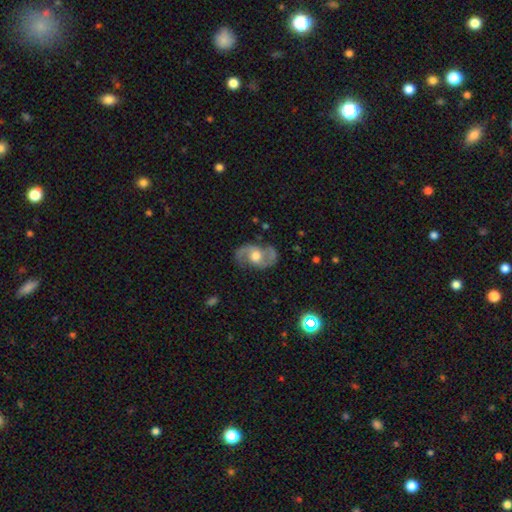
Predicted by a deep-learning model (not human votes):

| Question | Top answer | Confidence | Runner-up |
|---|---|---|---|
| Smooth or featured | featured or disk | 83% | smooth (11%) |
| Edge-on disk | no | 97% | yes (3%) |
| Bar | no | 56% | weak (35%) |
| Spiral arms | yes | 92% | no (8%) |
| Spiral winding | medium | 51% | loose (35%) |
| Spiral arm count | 2 | 92% | can't tell (3%) |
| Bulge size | moderate | 67% | large (22%) |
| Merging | none | 78% | minor disturbance (14%) |